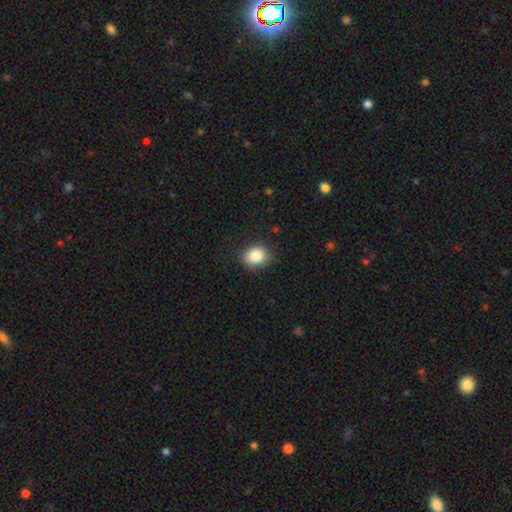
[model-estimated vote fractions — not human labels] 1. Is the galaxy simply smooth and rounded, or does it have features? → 85% smooth, 9% star or artifact, 6% featured or disk.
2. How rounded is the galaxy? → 53% round, 46% in between, 1% cigar-shaped.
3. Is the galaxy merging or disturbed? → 86% none, 10% minor disturbance, 3% major disturbance, 1% merger.